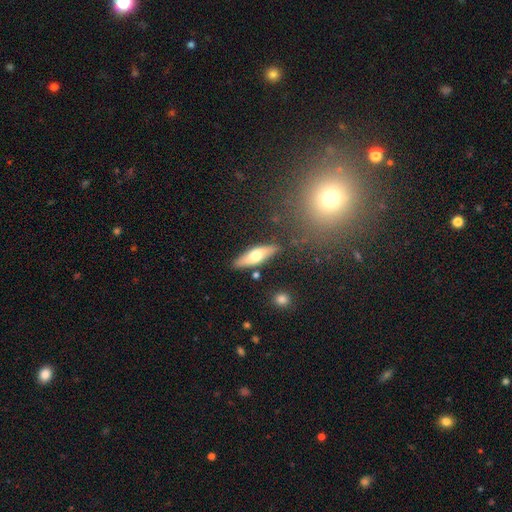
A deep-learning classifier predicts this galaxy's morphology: This appears to be a smooth galaxy with no disk features (55%) that is cigar-shaped (54%). Merging: none (82%).